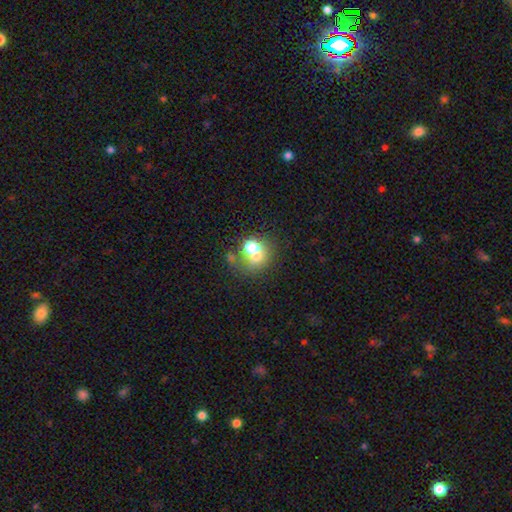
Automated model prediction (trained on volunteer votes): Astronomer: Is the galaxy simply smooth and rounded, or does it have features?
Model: smooth — 60%.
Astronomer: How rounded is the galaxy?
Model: round — 74%.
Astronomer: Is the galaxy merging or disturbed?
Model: merger — 45% (runner-up: none, 39%).